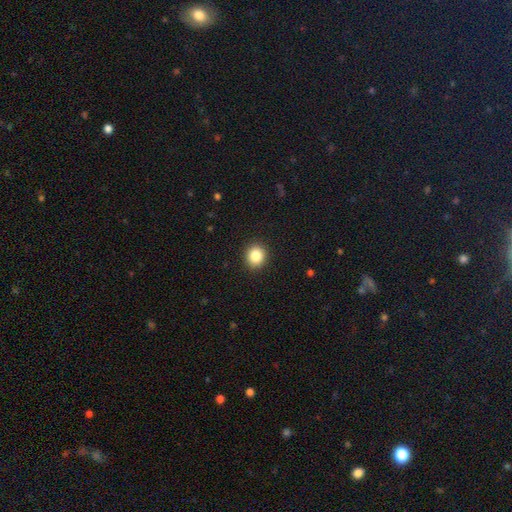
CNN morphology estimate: This appears to be a smooth galaxy with no disk features (85%) that is round (81%). Merging: none (92%).